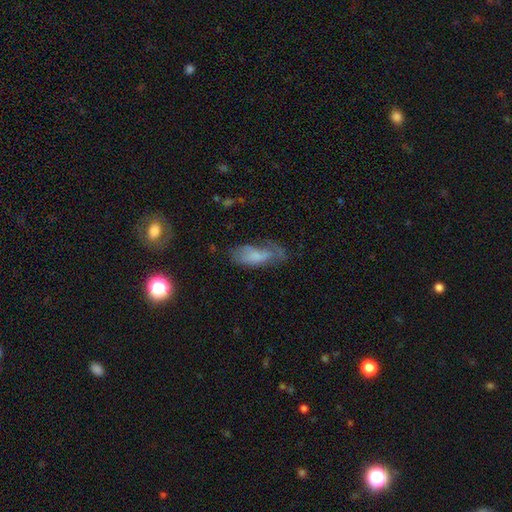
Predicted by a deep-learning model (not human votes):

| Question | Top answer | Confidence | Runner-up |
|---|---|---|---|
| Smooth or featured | smooth | 62% | featured or disk (28%) |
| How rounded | in between | 72% | cigar-shaped (25%) |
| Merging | none | 42% | minor disturbance (31%) |